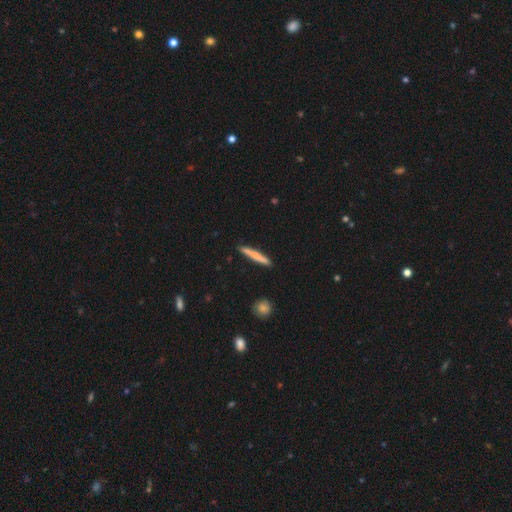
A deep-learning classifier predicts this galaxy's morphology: Smooth or featured: smooth — 68% (featured or disk — 27%)
How rounded: cigar-shaped — 95% (in between — 4%)
Merging: none — 89% (minor disturbance — 8%)